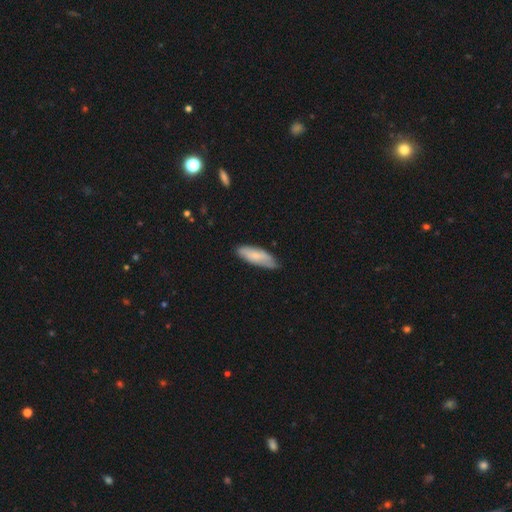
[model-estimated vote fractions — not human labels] Morphology: type=smooth (67%); roundness=in between (63%); merging=none (64%).